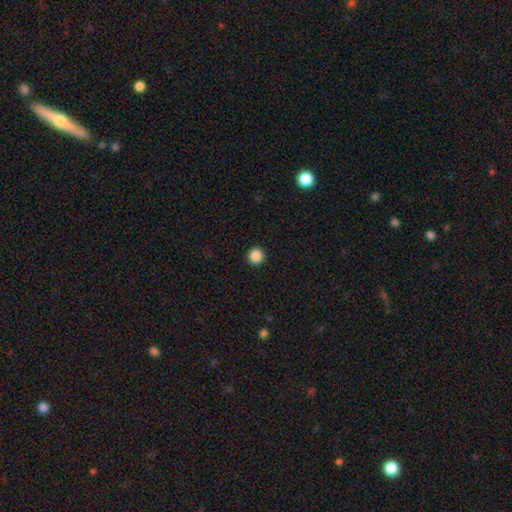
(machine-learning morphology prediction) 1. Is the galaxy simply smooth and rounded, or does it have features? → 88% smooth, 10% star or artifact, 3% featured or disk.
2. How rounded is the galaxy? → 96% round, 3% in between, 1% cigar-shaped.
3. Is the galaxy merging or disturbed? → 94% none, 4% minor disturbance, 1% major disturbance, 1% merger.